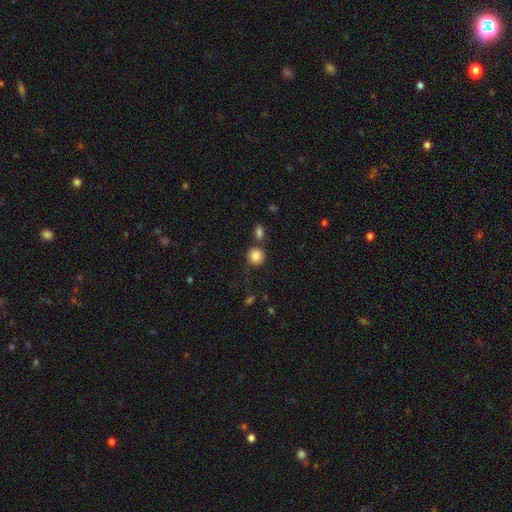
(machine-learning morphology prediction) Smooth or featured: smooth — 86% (star or artifact — 9%)
How rounded: round — 89% (in between — 10%)
Merging: none — 72% (merger — 15%)